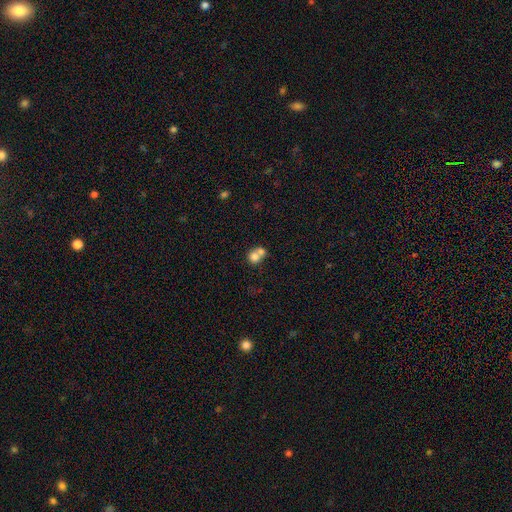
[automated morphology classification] Smooth or featured: smooth — 73% (featured or disk — 18%)
How rounded: round — 74% (in between — 25%)
Merging: merger — 66% (none — 25%)